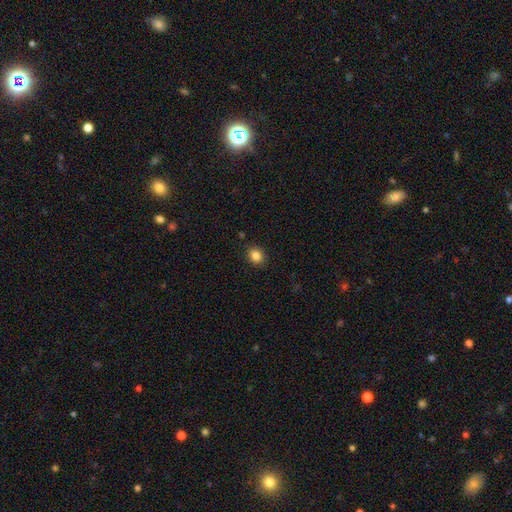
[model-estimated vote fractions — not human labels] smooth_or_featured: smooth (p=0.84) [alt: star or artifact p=0.11]
how_rounded: round (p=0.69) [alt: in between p=0.30]
merging: none (p=0.90) [alt: minor disturbance p=0.07]